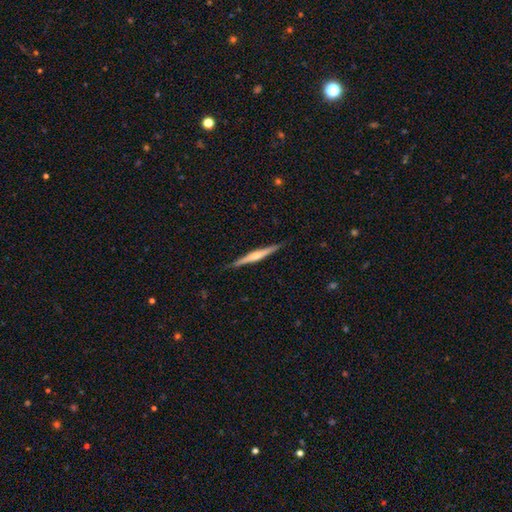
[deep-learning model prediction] Smooth or featured? Predicted: featured or disk (p=0.71). Edge-on disk? Predicted: yes (p=0.98). Edge-on bulge? Predicted: rounded (p=0.80). Merging? Predicted: none (p=0.89).